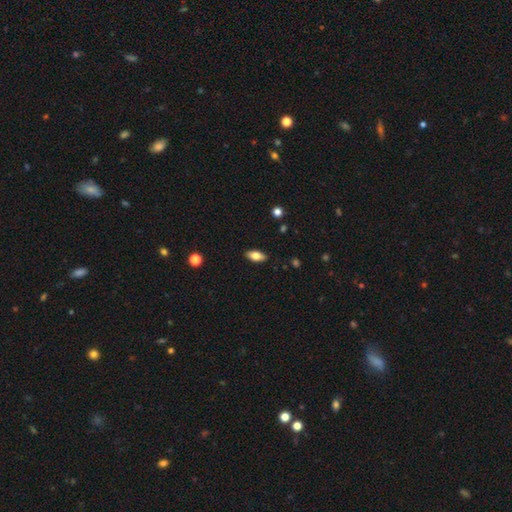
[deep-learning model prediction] Smooth or featured?
  - smooth: 75% *
  - featured or disk: 18%
  - star or artifact: 7%
How rounded?
  - in between: 87% *
  - cigar-shaped: 10%
  - round: 3%
Merging?
  - none: 88% *
  - minor disturbance: 9%
  - major disturbance: 2%
  - merger: 1%